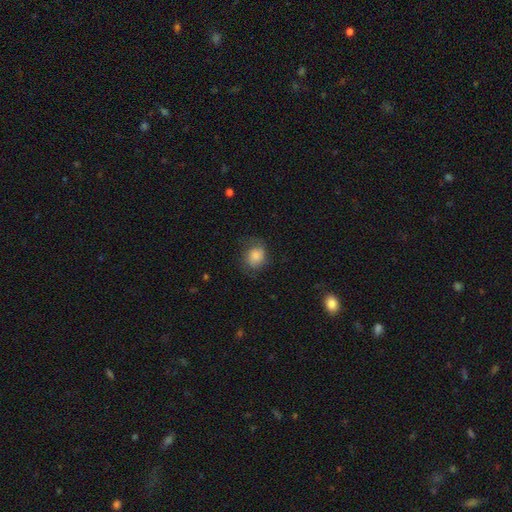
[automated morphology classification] smooth 76%, featured or disk 16%, star or artifact 8%. Down the decision tree: how rounded — round (62%); merging — none (61%).